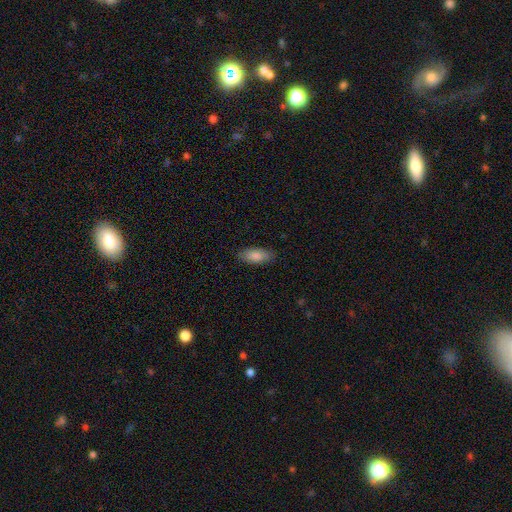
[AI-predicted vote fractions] Smooth or featured?
  - smooth: 86% *
  - featured or disk: 8%
  - star or artifact: 6%
How rounded?
  - in between: 84% *
  - cigar-shaped: 14%
  - round: 2%
Merging?
  - none: 86% *
  - minor disturbance: 10%
  - major disturbance: 2%
  - merger: 1%